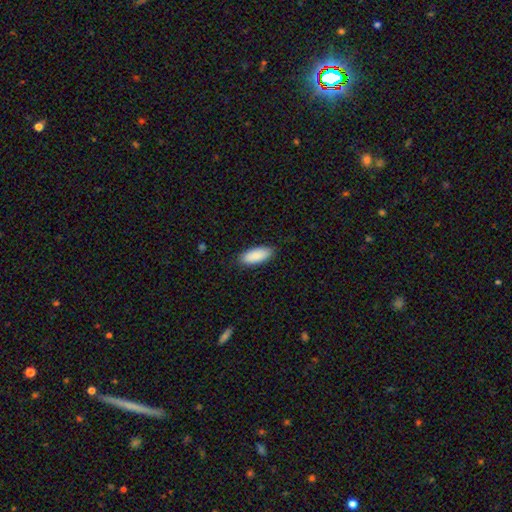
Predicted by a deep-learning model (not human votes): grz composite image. It shows a smooth galaxy with no disk features (90%) that is in between round and cigar-shaped (80%). Merging: none (87%).